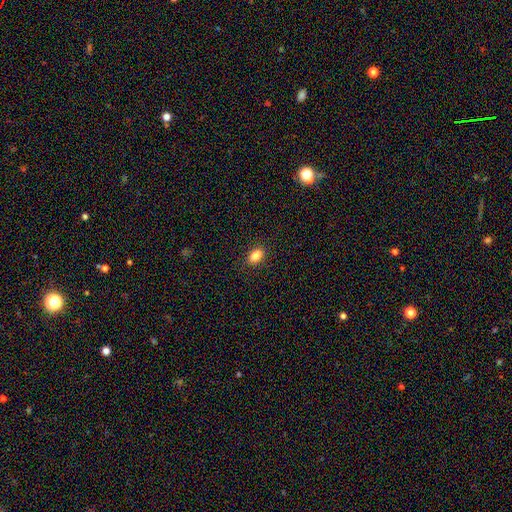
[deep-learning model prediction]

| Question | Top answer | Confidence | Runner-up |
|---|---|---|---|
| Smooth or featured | smooth | 86% | star or artifact (9%) |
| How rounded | in between | 86% | round (13%) |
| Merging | none | 89% | minor disturbance (8%) |